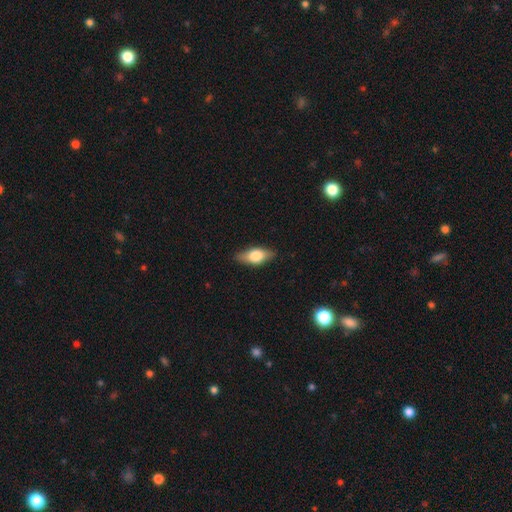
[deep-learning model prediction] This appears to be a smooth galaxy with no disk features (63%) that is in between round and cigar-shaped (80%). Merging: none (84%).